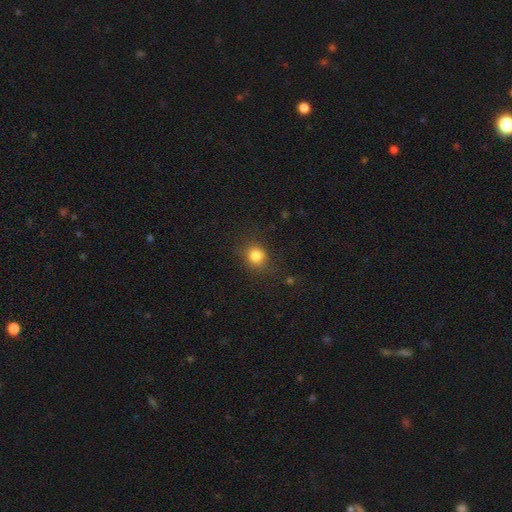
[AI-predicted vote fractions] A smooth galaxy with no disk features (82%) that is round (82%). Merging: none (82%).